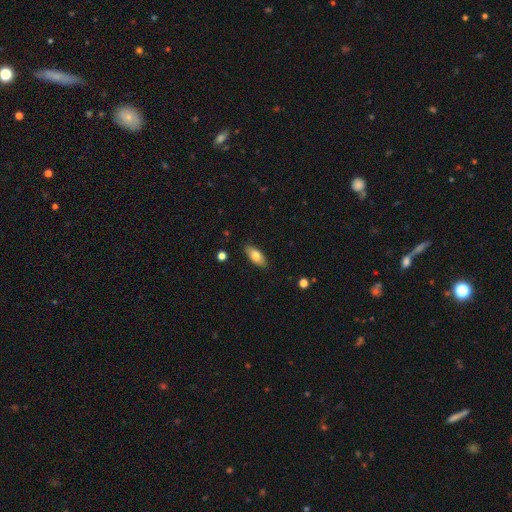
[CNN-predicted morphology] Smooth or featured: smooth — 77% (featured or disk — 16%)
How rounded: in between — 86% (cigar-shaped — 11%)
Merging: none — 86% (minor disturbance — 11%)